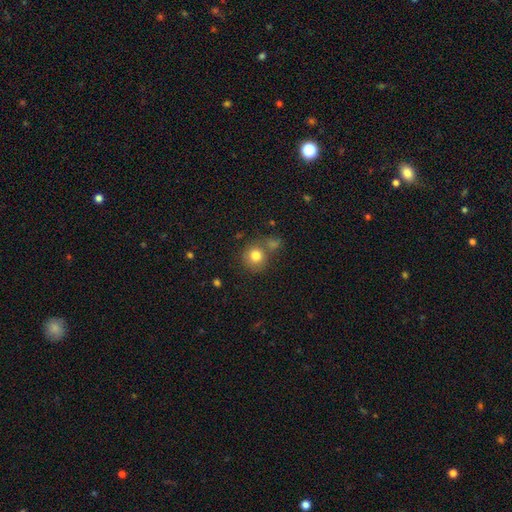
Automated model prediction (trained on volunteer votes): Morphology: type=smooth (81%); roundness=round (87%); merging=none (61%).